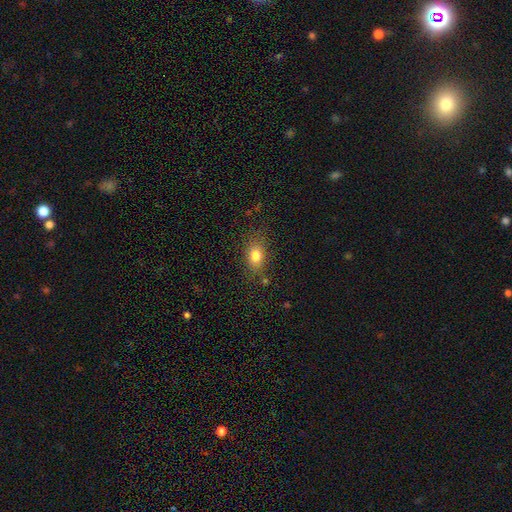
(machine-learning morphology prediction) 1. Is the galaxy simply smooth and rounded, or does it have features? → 79% smooth, 11% star or artifact, 10% featured or disk.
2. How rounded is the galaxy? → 72% in between, 24% round, 4% cigar-shaped.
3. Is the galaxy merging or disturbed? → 78% none, 15% minor disturbance, 5% major disturbance, 2% merger.